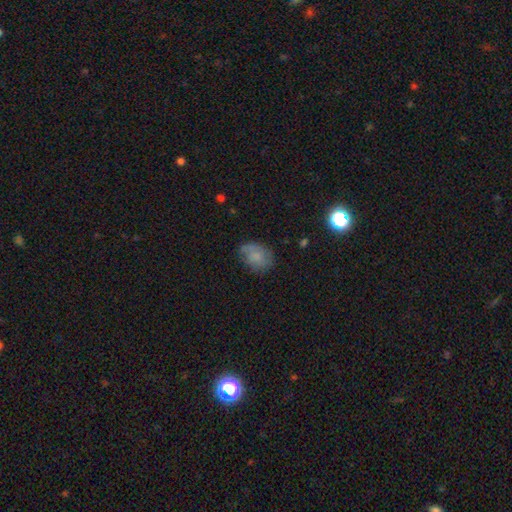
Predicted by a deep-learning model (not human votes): smooth_or_featured: smooth (p=0.70) [alt: featured or disk p=0.20]
how_rounded: in between (p=0.69) [alt: round p=0.30]
merging: none (p=0.59) [alt: minor disturbance p=0.29]